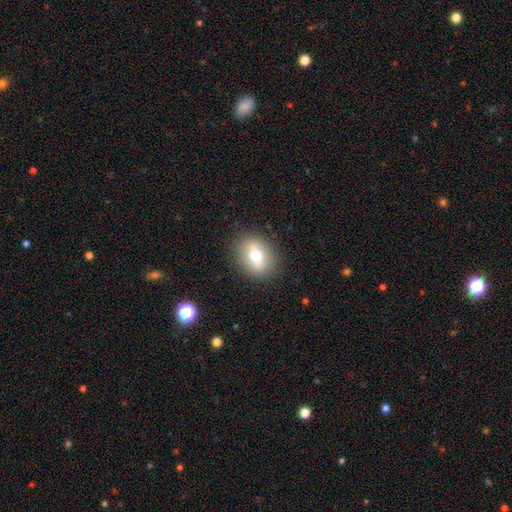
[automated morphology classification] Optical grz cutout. It shows a smooth galaxy with no disk features (71%) that is in between round and cigar-shaped (72%). Merging: none (86%).